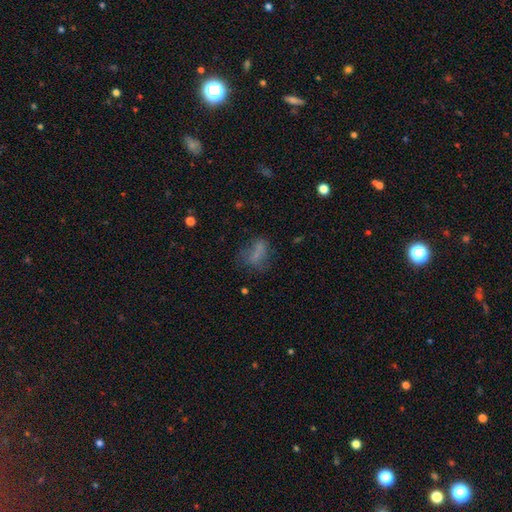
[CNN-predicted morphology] This is likely a smooth galaxy (62%). How rounded: likely in between (70%). Merging: marginally none (45%).